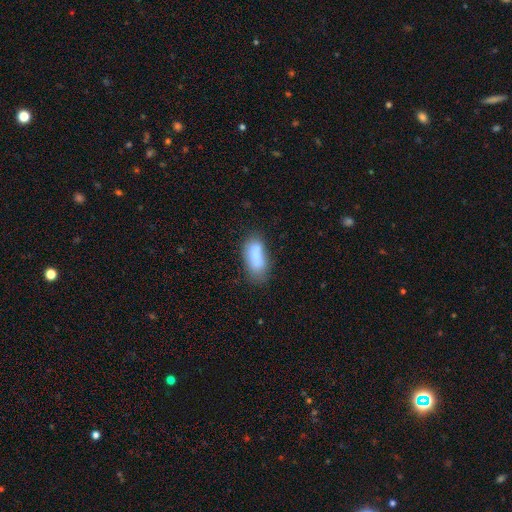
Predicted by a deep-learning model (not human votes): Smooth or featured?
  - smooth: 79% *
  - featured or disk: 13%
  - star or artifact: 8%
How rounded?
  - in between: 84% *
  - cigar-shaped: 13%
  - round: 3%
Merging?
  - none: 52% *
  - minor disturbance: 27%
  - merger: 12%
  - major disturbance: 10%